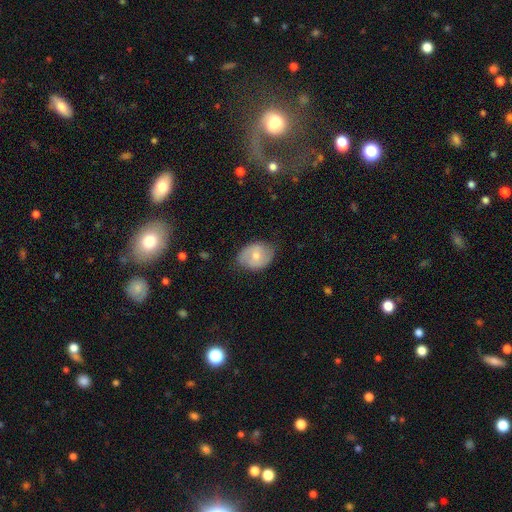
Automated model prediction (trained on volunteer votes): Overall: smooth (55%; featured or disk 38%). How rounded: in between (67%; round 32%). Merging: none (67%).